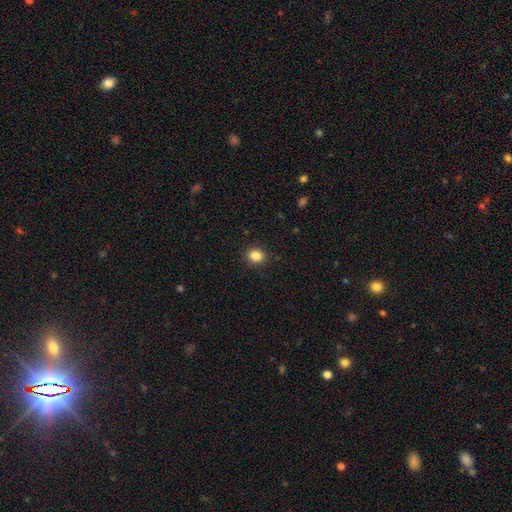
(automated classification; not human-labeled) smooth 86%, star or artifact 10%, featured or disk 4%. Down the decision tree: how rounded — round (66%); merging — none (90%).